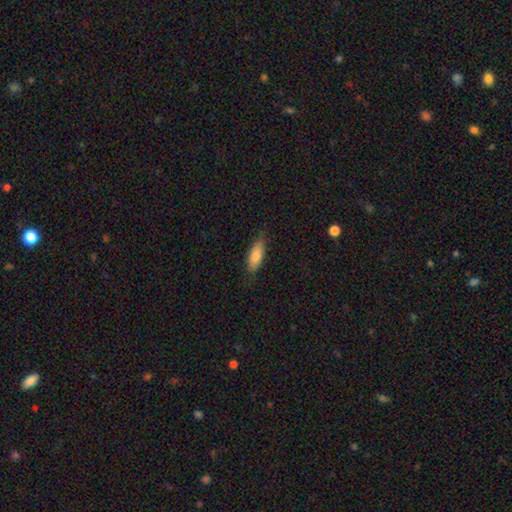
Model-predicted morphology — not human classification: Q: Smooth or featured?
A: smooth (80%); runner-up: featured or disk (14%)
Q: How rounded?
A: in between (63%); runner-up: cigar-shaped (35%)
Q: Merging?
A: none (81%); runner-up: minor disturbance (16%)